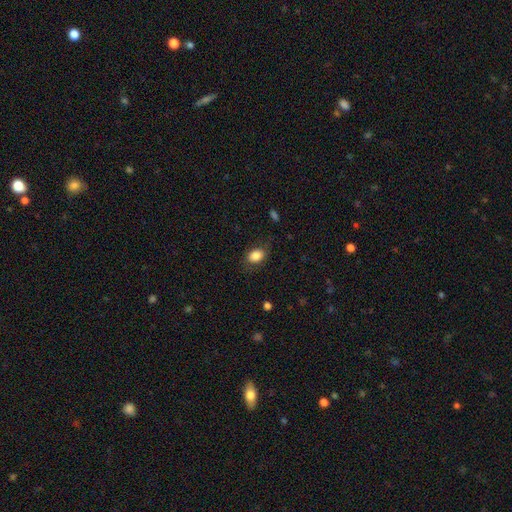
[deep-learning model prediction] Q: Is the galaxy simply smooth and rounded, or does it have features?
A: smooth — 85%.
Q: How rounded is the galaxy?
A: in between — 73%.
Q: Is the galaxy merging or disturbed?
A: none — 76%.